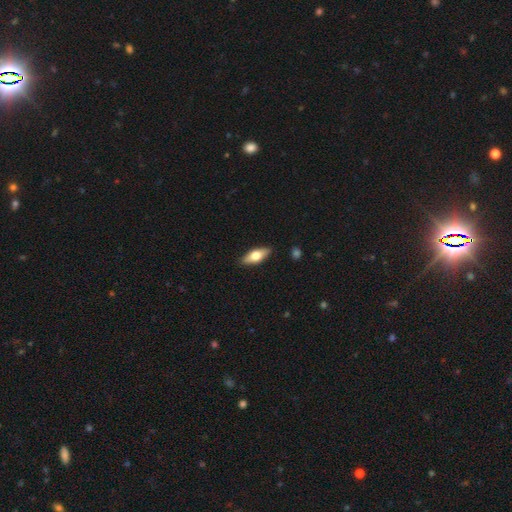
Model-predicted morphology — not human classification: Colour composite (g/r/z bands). It shows a smooth galaxy with no disk features (60%) that is in between round and cigar-shaped (72%). Merging: none (89%).